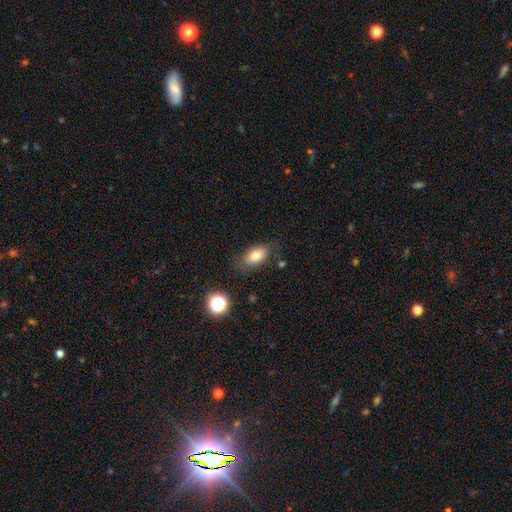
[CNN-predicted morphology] A smooth galaxy with no disk features (81%) that is in between round and cigar-shaped (87%).

Vote fractions:
- Smooth or featured? smooth: 81% / featured or disk: 10% / star or artifact: 9%
- How rounded? in between: 87% / round: 11% / cigar-shaped: 2%
- Merging? none: 76% / minor disturbance: 16% / major disturbance: 5% / merger: 2%